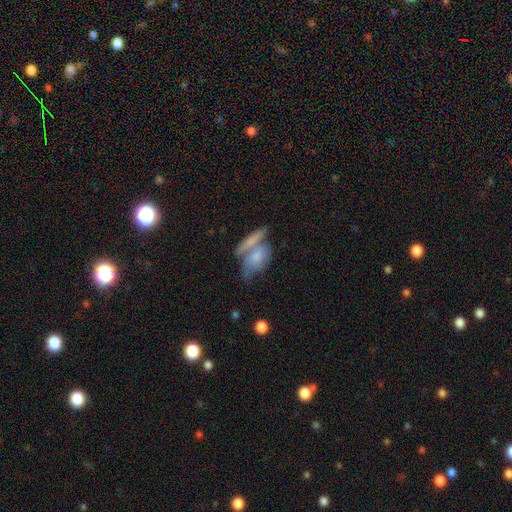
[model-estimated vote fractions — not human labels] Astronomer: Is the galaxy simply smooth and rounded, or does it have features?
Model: smooth — 59% (runner-up: featured or disk, 35%).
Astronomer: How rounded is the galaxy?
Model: in between — 68%.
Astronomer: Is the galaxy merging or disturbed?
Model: merger — 45% (runner-up: none, 33%).